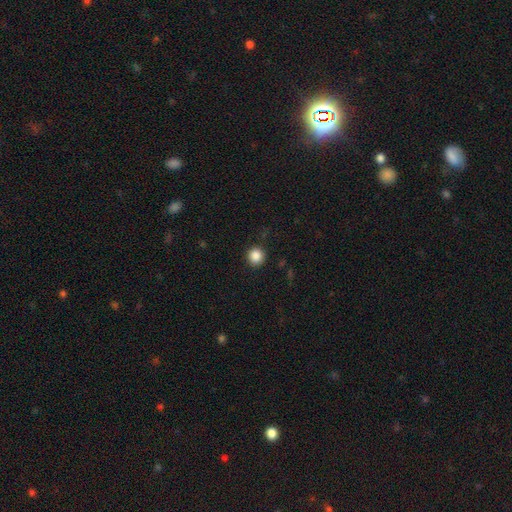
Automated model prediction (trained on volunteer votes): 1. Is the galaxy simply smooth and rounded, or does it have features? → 87% smooth, 10% star or artifact, 3% featured or disk.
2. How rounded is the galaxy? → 93% round, 6% in between, 1% cigar-shaped.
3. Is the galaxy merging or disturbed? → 90% none, 6% minor disturbance, 2% major disturbance, 1% merger.